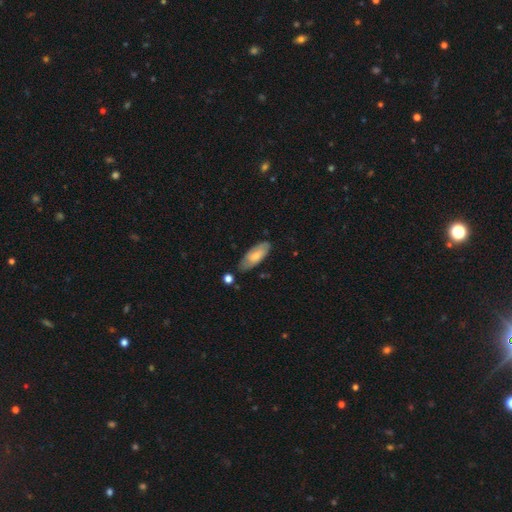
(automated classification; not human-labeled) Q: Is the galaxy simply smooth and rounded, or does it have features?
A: smooth — 70%.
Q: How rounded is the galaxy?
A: in between — 77%.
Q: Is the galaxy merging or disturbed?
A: none — 71%.